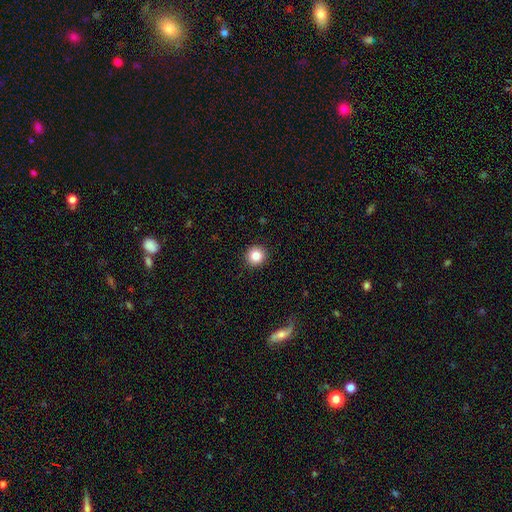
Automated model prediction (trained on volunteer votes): The model was most divided on "smooth or featured": smooth: 84%, star or artifact: 11%, featured or disk: 6%. More confident: how rounded — round (94%); merging — none (93%).